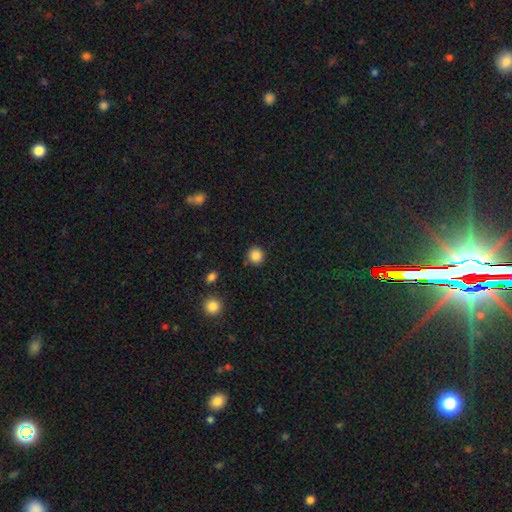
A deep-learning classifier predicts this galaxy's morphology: smooth_or_featured: smooth (p=0.87) [alt: star or artifact p=0.10]
how_rounded: round (p=0.90) [alt: in between p=0.09]
merging: none (p=0.88) [alt: minor disturbance p=0.07]